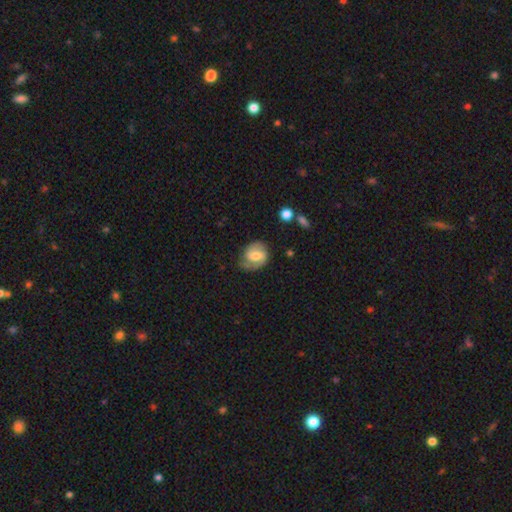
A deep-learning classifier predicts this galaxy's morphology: smooth_or_featured: featured or disk (p=0.63) [alt: smooth p=0.31]
disk_edge_on: no (p=0.97) [alt: yes p=0.03]
bar: weak (p=0.50) [alt: no p=0.31]
has_spiral_arms: yes (p=0.89) [alt: no p=0.11]
spiral_winding: medium (p=0.46) [alt: tight p=0.32]
spiral_arm_count: 2 (p=0.80) [alt: can't tell p=0.09]
bulge_size: moderate (p=0.64) [alt: small p=0.22]
merging: none (p=0.70) [alt: minor disturbance p=0.21]